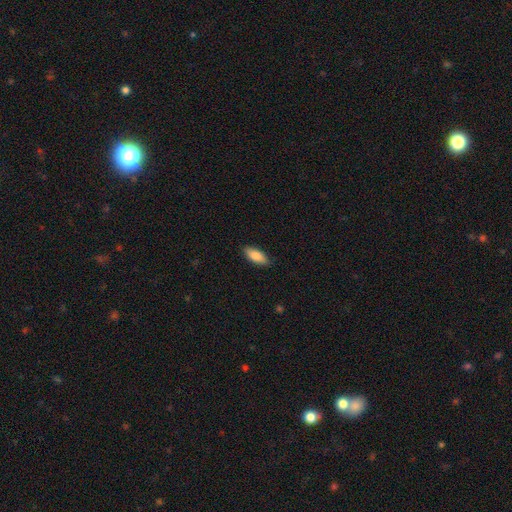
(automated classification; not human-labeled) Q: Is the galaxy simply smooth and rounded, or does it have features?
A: smooth — 85%.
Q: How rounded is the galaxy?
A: in between — 81%.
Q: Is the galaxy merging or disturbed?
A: none — 88%.